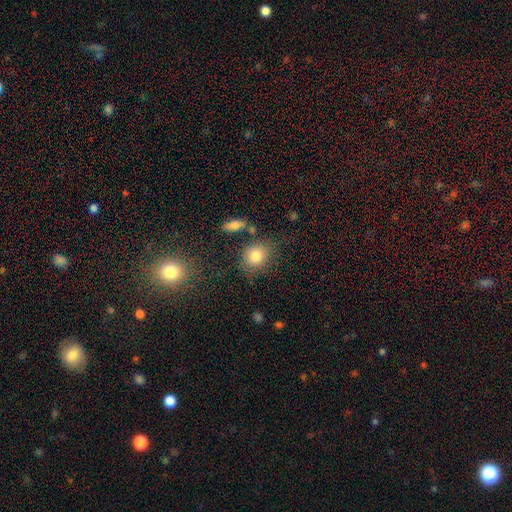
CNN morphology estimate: smooth 82%, star or artifact 10%, featured or disk 8%. Down the decision tree: how rounded — round (66%); merging — none (71%).